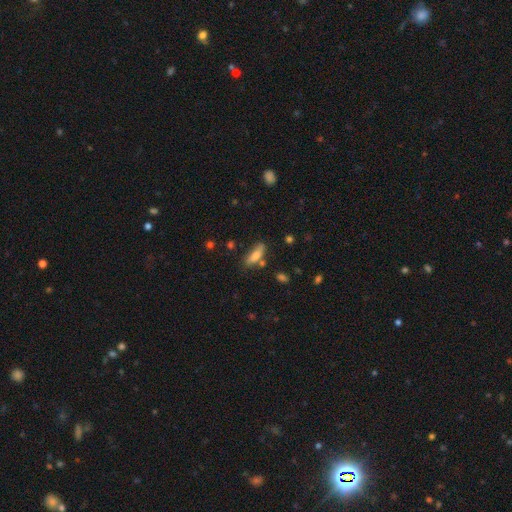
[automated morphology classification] type=smooth (74%); roundness=in between (55%); merging=none (65%).